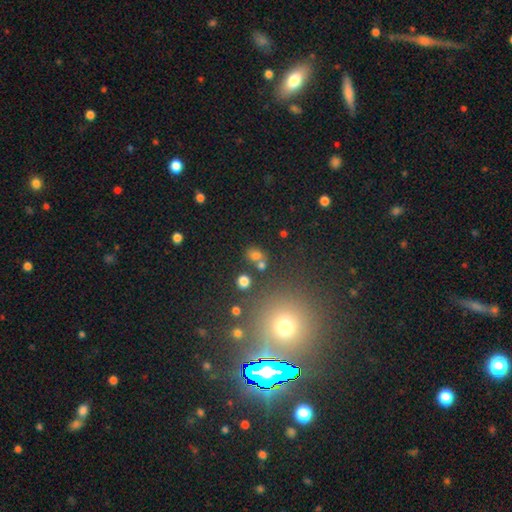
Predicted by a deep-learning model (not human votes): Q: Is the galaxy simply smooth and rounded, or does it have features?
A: smooth — 69%.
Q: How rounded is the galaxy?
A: round — 53%.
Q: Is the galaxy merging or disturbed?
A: none — 56%.